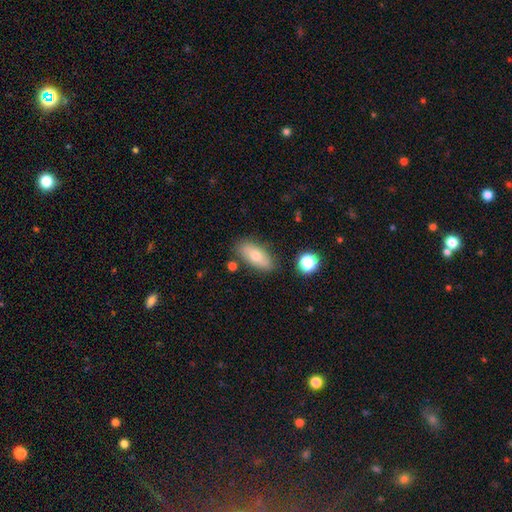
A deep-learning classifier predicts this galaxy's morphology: This appears to be a smooth galaxy with no disk features (72%) that is in between round and cigar-shaped (85%). Merging: none (80%).